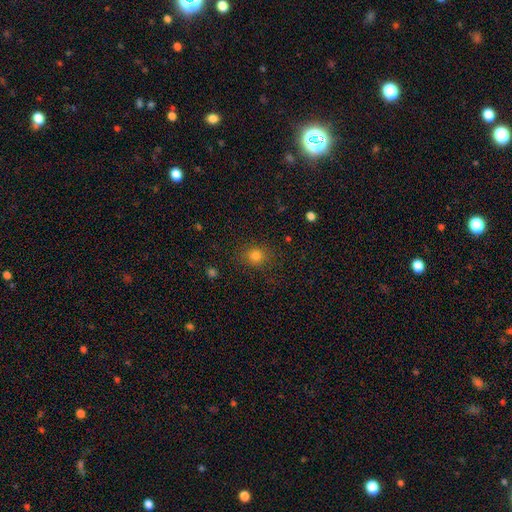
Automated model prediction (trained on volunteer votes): A smooth galaxy with no disk features (78%) that is round (80%).

Vote fractions:
- Smooth or featured? smooth: 78% / star or artifact: 15% / featured or disk: 7%
- How rounded? round: 80% / in between: 19% / cigar-shaped: 1%
- Merging? none: 85% / minor disturbance: 10% / major disturbance: 4% / merger: 1%